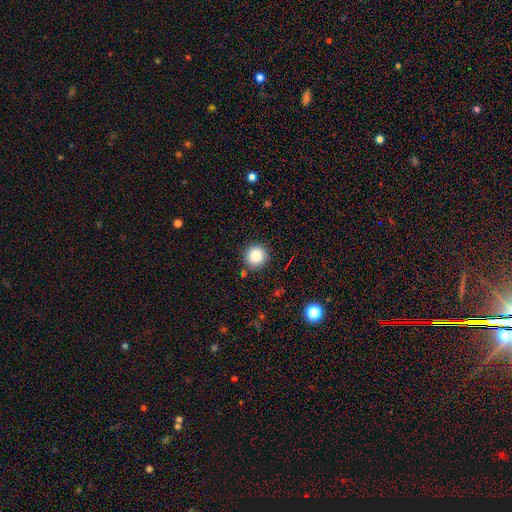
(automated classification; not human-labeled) Morphology: type=smooth (86%); roundness=round (94%); merging=none (89%).